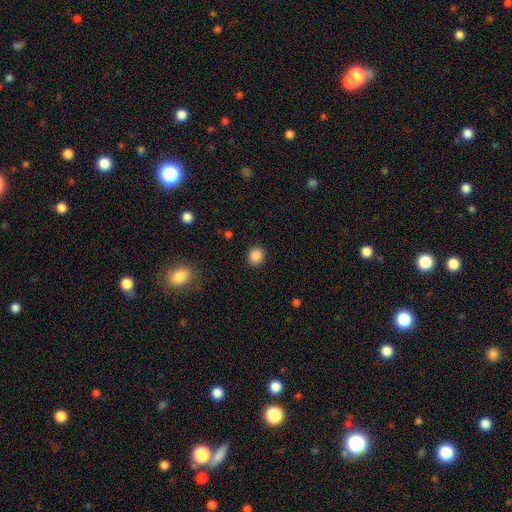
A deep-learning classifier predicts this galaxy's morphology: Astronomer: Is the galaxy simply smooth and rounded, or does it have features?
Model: smooth — 87%.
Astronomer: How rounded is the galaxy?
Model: round — 73%.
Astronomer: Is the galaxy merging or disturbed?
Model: none — 90%.